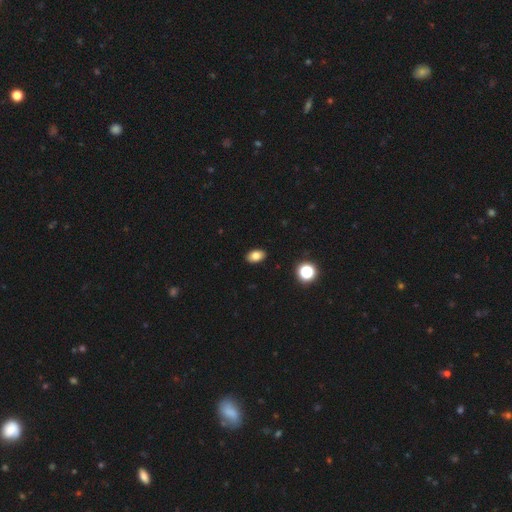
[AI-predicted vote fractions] A smooth galaxy with no disk features (80%) that is in between round and cigar-shaped (88%). Merging: none (90%).